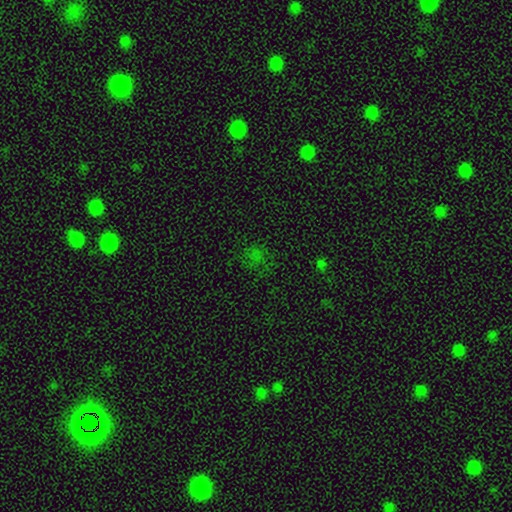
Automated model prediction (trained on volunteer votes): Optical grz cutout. It shows a star or artifact, not a galaxy (49%).